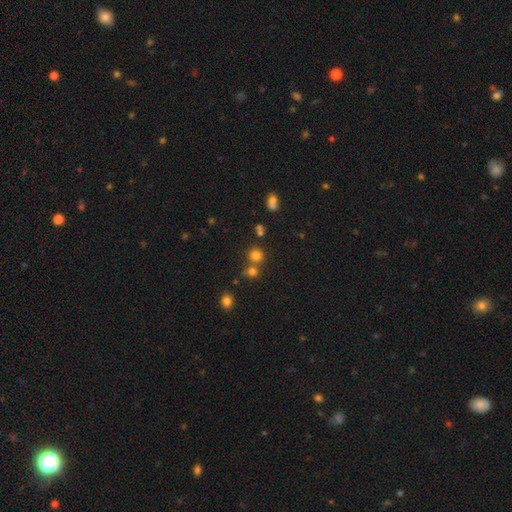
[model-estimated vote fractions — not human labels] Smooth or featured?
  - smooth: 75% *
  - star or artifact: 18%
  - featured or disk: 7%
How rounded?
  - round: 90% *
  - in between: 9%
  - cigar-shaped: 1%
Merging?
  - none: 65% *
  - merger: 25%
  - minor disturbance: 7%
  - major disturbance: 3%